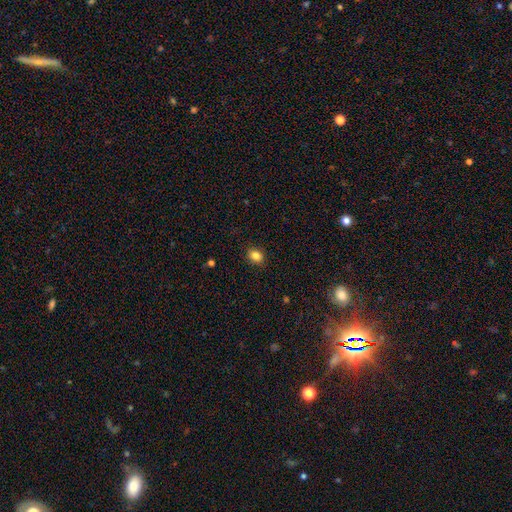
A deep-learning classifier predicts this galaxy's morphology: smooth-or-featured: smooth: 84% | star or artifact: 11% | featured or disk: 5%
  how-rounded: in between: 50% | round: 49% | cigar-shaped: 1%
  merging: none: 89% | minor disturbance: 8% | major disturbance: 2% | merger: 1%